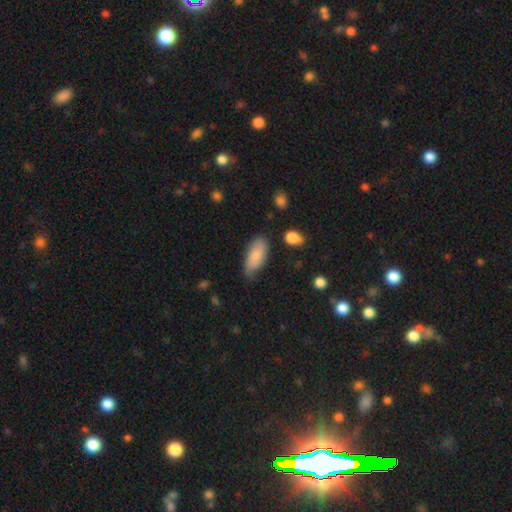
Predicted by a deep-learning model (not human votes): Smooth or featured? smooth (78%)
How rounded? in between (86%)
Merging? none (63%)